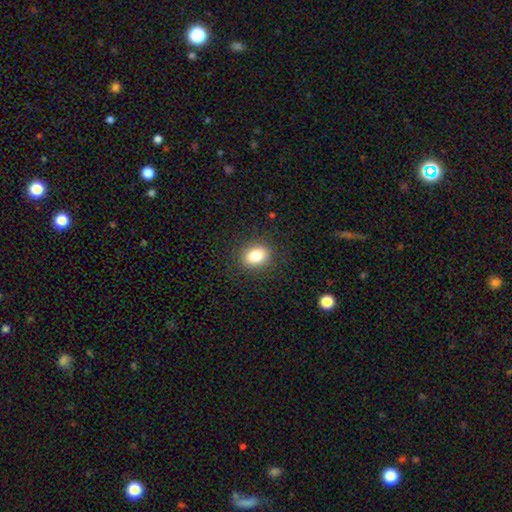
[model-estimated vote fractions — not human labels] This appears to be a smooth galaxy with no disk features (83%) that is in between round and cigar-shaped (54%). Merging: none (88%).